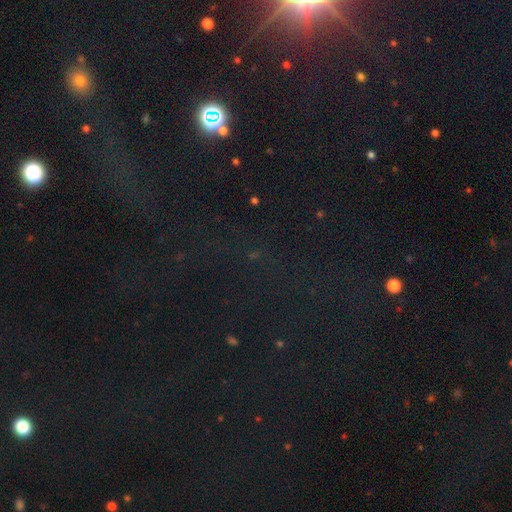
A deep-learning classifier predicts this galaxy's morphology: Smooth or featured? Predicted: star or artifact (p=0.77).